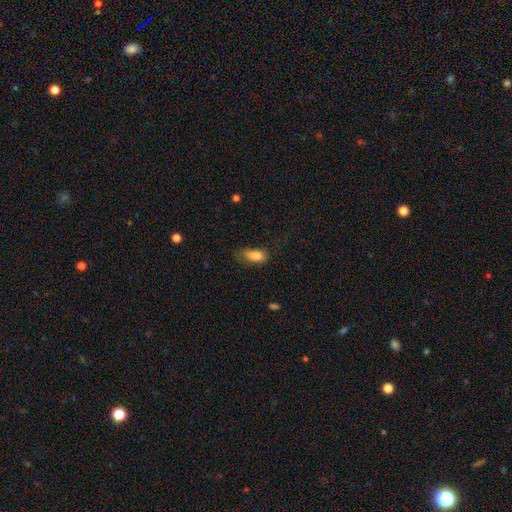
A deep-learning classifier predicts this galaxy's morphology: Q: Smooth or featured?
A: smooth (83%); runner-up: featured or disk (9%)
Q: How rounded?
A: in between (87%); runner-up: cigar-shaped (8%)
Q: Merging?
A: none (52%); runner-up: minor disturbance (30%)